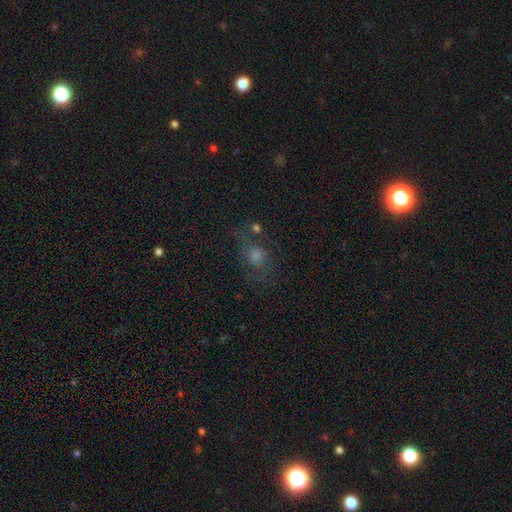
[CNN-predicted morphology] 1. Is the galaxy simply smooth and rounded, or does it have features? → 40% smooth, 31% star or artifact, 29% featured or disk.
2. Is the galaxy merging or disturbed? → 59% none, 19% minor disturbance, 16% major disturbance, 7% merger.